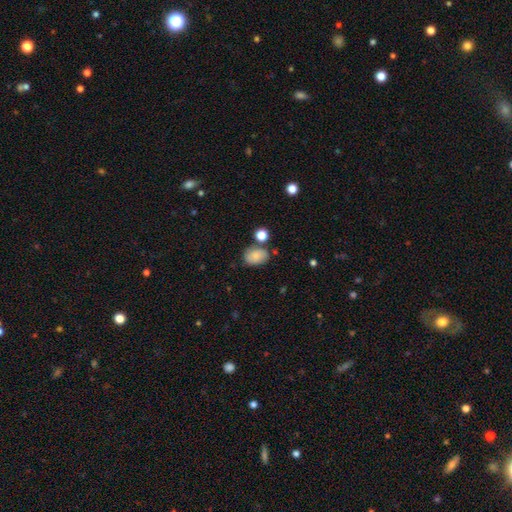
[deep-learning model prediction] Morphology: type=smooth (78%); roundness=in between (77%); merging=none (67%).